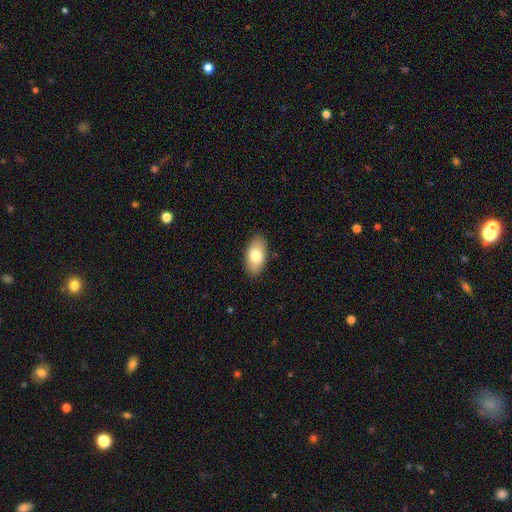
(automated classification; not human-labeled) A smooth galaxy with no disk features (77%) that is in between round and cigar-shaped (94%). Merging: none (87%).